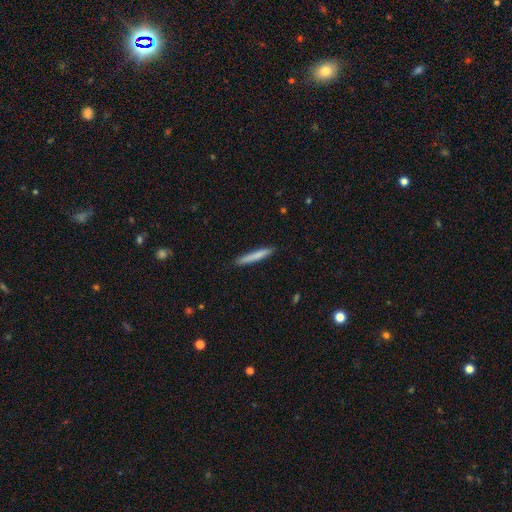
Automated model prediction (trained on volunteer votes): This is likely a smooth galaxy (79%). How rounded: clearly cigar-shaped (95%). Merging: clearly none (88%).